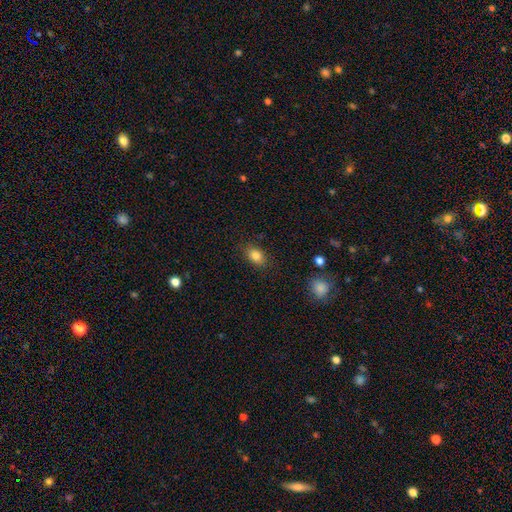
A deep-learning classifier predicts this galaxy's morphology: Smooth or featured: smooth — 84% (star or artifact — 10%)
How rounded: in between — 82% (round — 17%)
Merging: none — 85% (minor disturbance — 10%)